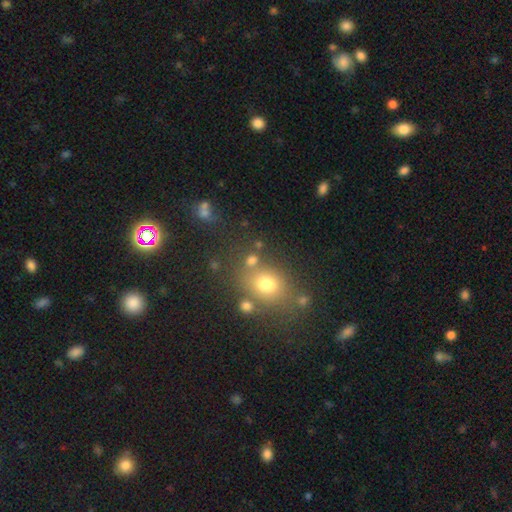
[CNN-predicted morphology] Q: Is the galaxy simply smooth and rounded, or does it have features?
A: smooth — 66%.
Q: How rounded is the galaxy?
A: round — 64%.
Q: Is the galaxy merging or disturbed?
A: none — 73%.